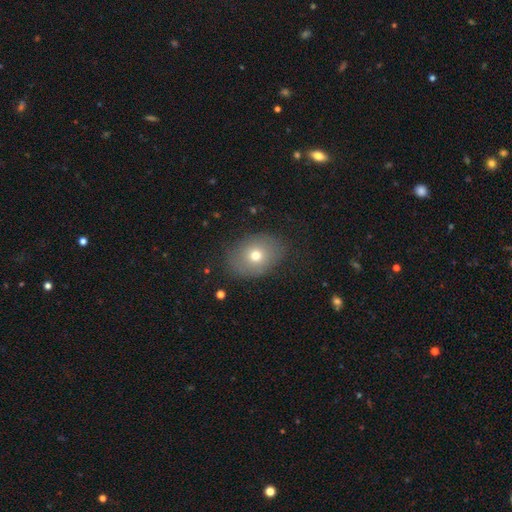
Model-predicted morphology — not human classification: Q: Smooth or featured?
A: smooth (70%); runner-up: featured or disk (18%)
Q: How rounded?
A: in between (63%); runner-up: round (36%)
Q: Merging?
A: none (79%); runner-up: minor disturbance (14%)